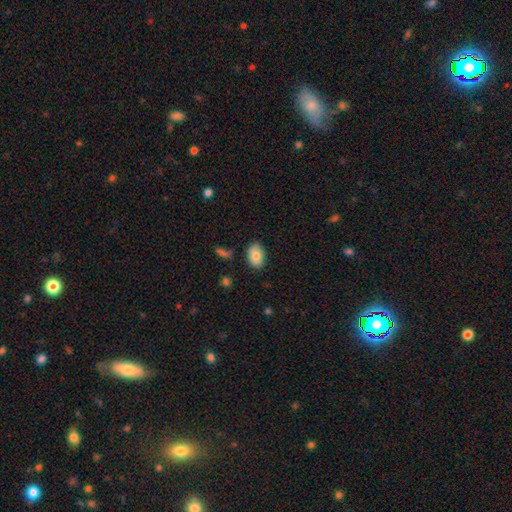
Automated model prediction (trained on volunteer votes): Q: Smooth or featured?
A: smooth (81%); runner-up: featured or disk (11%)
Q: How rounded?
A: in between (88%); runner-up: round (10%)
Q: Merging?
A: none (81%); runner-up: minor disturbance (15%)